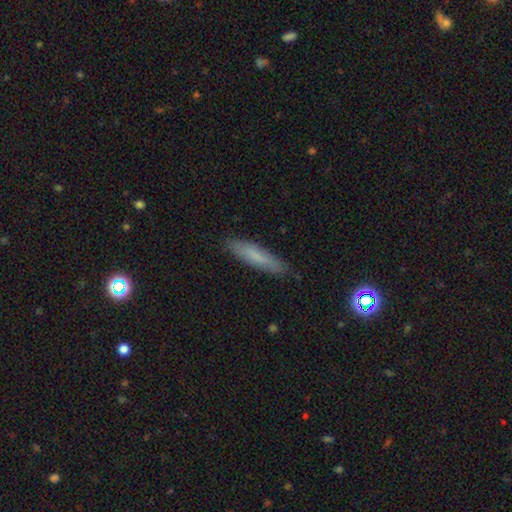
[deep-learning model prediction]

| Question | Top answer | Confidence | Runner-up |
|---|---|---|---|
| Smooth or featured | smooth | 74% | featured or disk (19%) |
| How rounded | cigar-shaped | 85% | in between (14%) |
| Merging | none | 86% | minor disturbance (10%) |